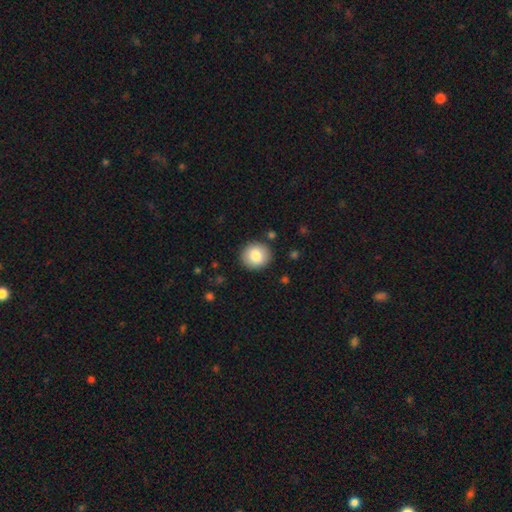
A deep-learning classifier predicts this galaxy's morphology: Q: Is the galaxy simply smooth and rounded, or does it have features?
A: smooth — 82%.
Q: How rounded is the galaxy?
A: round — 89%.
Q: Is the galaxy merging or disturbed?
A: none — 90%.